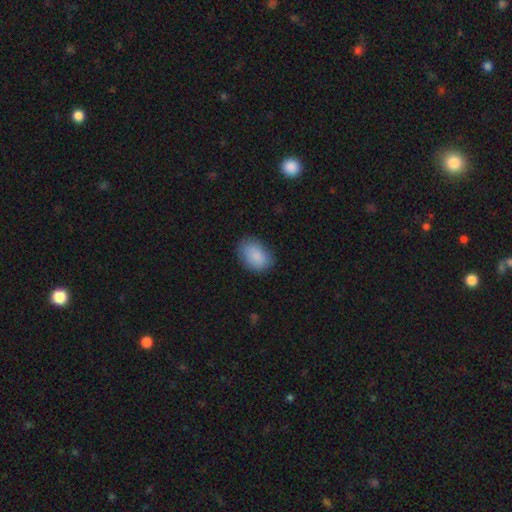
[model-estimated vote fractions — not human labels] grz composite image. It shows a smooth galaxy with no disk features (88%) that is in between round and cigar-shaped (83%). Merging: none (80%).